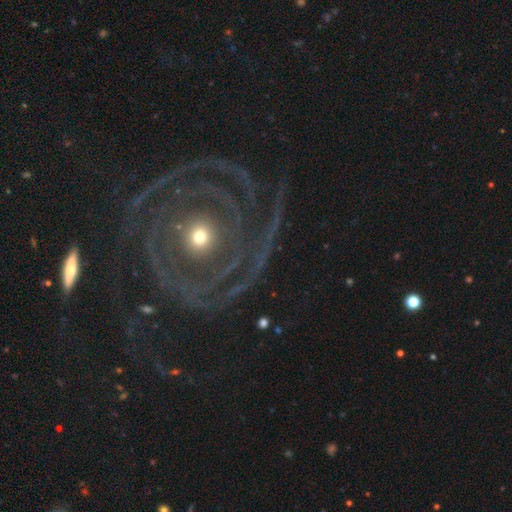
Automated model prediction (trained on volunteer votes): smooth_or_featured: featured or disk (p=0.88) [alt: star or artifact p=0.07]
disk_edge_on: no (p=0.97) [alt: yes p=0.03]
bar: no (p=0.78) [alt: weak p=0.13]
has_spiral_arms: yes (p=0.95) [alt: no p=0.05]
spiral_winding: tight (p=0.81) [alt: medium p=0.15]
spiral_arm_count: 2 (p=0.26) [alt: can't tell p=0.21]
bulge_size: small (p=0.51) [alt: moderate p=0.44]
merging: none (p=0.73) [alt: minor disturbance p=0.14]